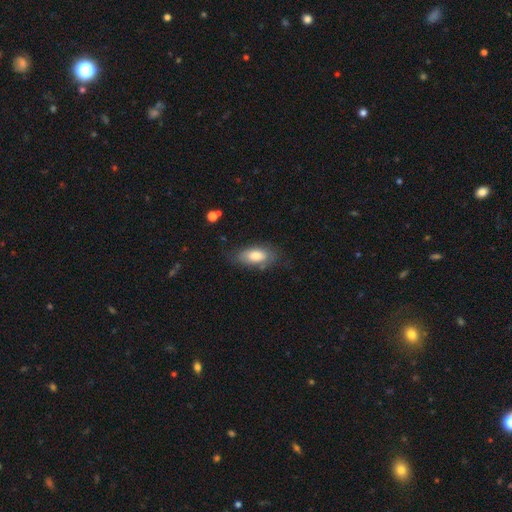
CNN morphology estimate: smooth 77%, featured or disk 16%, star or artifact 7%. Down the decision tree: how rounded — in between (88%); merging — none (71%).